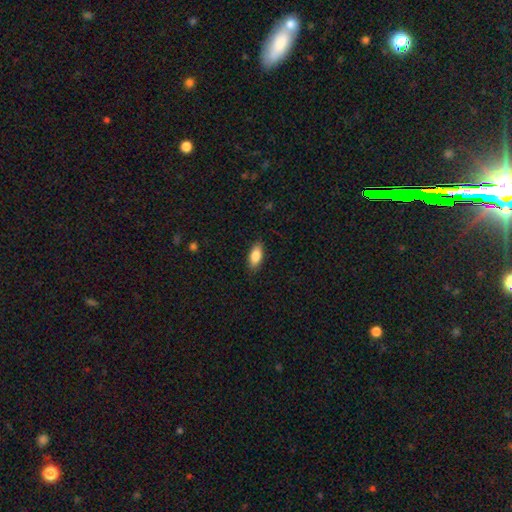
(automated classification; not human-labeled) Morphology: type=smooth (83%); roundness=in between (86%); merging=none (86%).